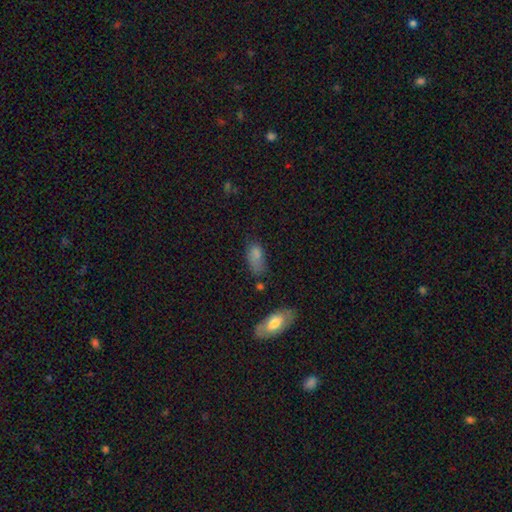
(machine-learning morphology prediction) Smooth or featured?
  - smooth: 77% *
  - star or artifact: 11%
  - featured or disk: 11%
How rounded?
  - in between: 86% *
  - cigar-shaped: 10%
  - round: 4%
Merging?
  - none: 43% *
  - minor disturbance: 30%
  - major disturbance: 17%
  - merger: 10%